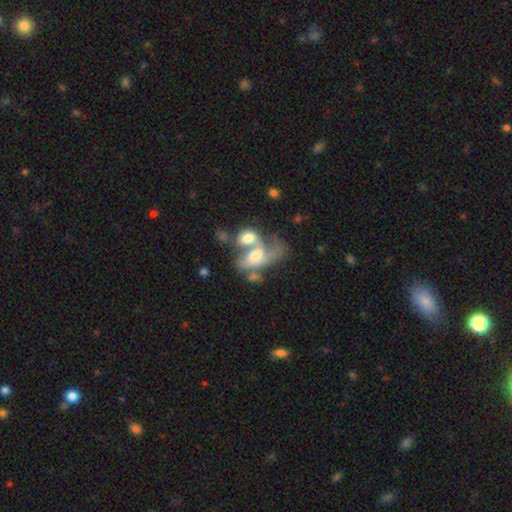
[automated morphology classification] type=featured or disk (49%); merging=merger (72%).